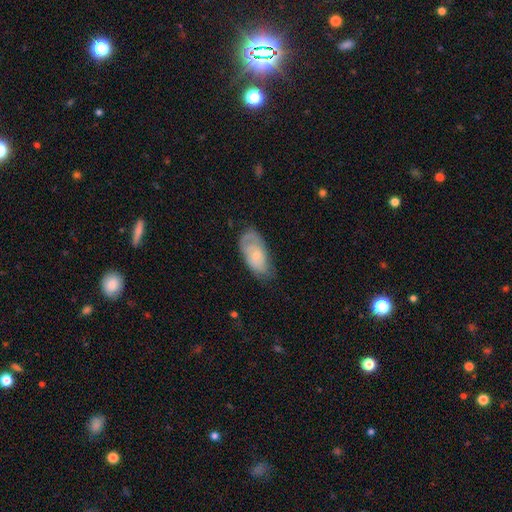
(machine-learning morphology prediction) type=featured or disk (50%); edge-on=no (92%); merging=none (58%).